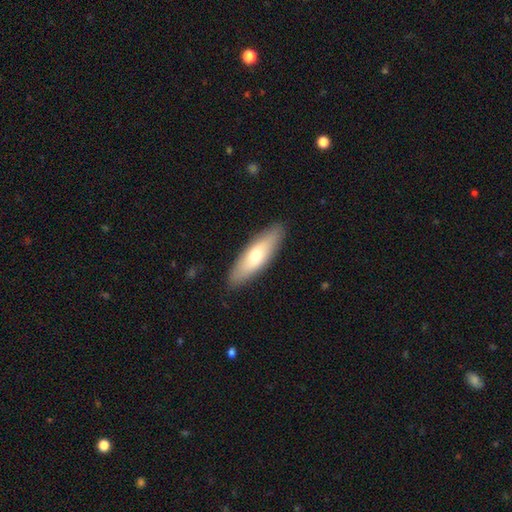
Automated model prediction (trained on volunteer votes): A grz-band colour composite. It shows a smooth galaxy with no disk features (62%) that is cigar-shaped (51%). Merging: none (88%).